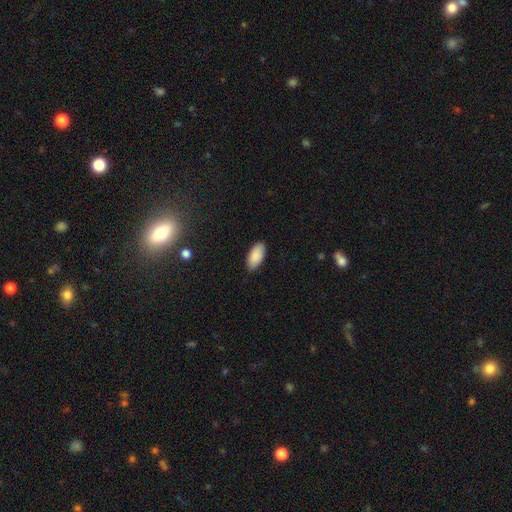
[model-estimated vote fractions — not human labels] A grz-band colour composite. It shows a smooth galaxy with no disk features (89%) that is in between round and cigar-shaped (94%). Merging: none (85%).